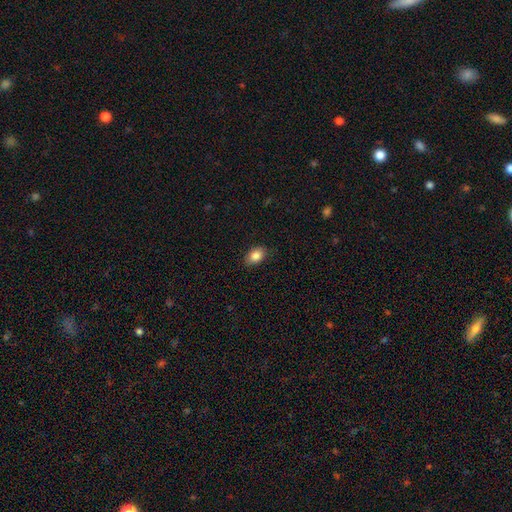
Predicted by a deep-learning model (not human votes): Overall: smooth (86%). How rounded: in between (85%). Merging: none (85%).